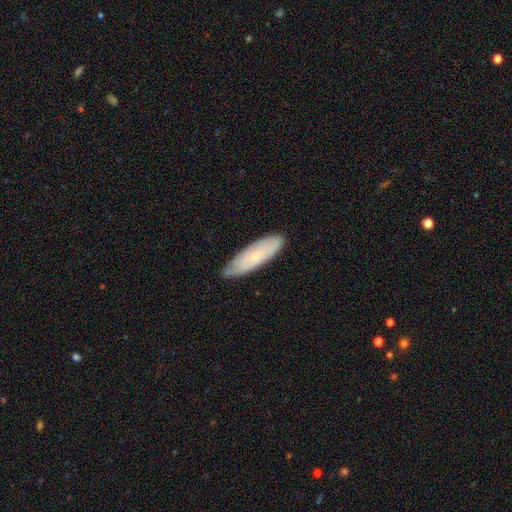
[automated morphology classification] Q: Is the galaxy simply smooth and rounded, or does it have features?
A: smooth — 52%.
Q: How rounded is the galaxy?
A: cigar-shaped — 51%.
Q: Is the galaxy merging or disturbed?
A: none — 74%.